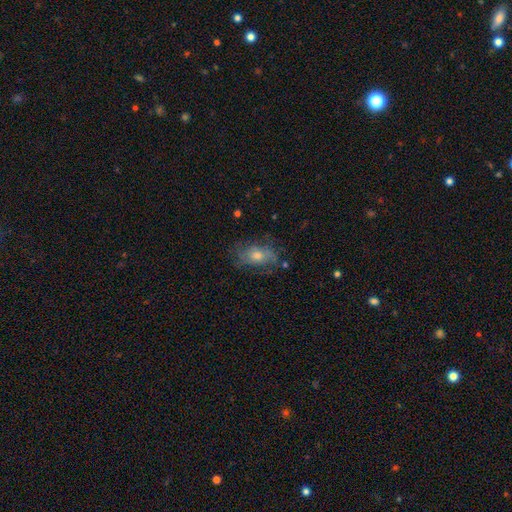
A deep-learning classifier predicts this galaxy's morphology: Smooth or featured?
  - featured or disk: 49% *
  - smooth: 37%
  - star or artifact: 13%
Merging?
  - none: 64% *
  - minor disturbance: 22%
  - major disturbance: 12%
  - merger: 2%